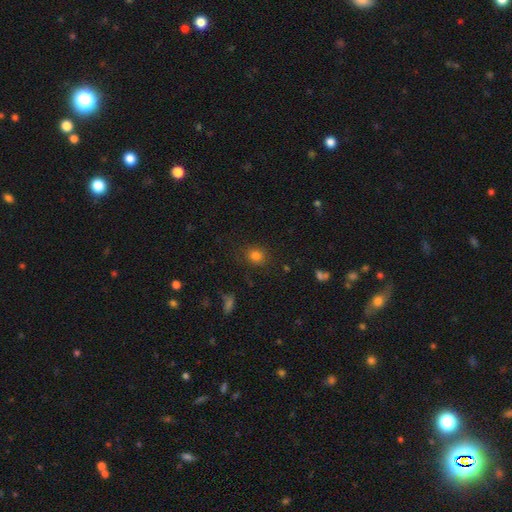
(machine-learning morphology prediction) A smooth galaxy with no disk features (80%) that is round (74%). Merging: none (84%).